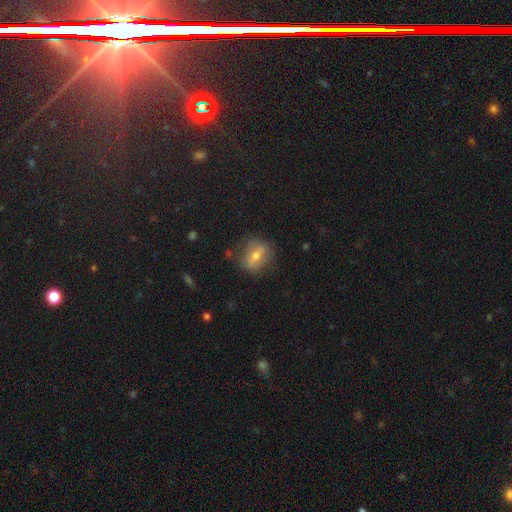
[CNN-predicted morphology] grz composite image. It shows a smooth galaxy with no disk features (52%) that is round (55%). Merging: none (75%).